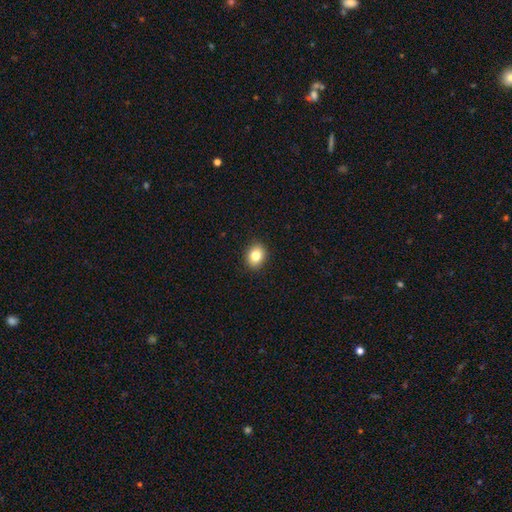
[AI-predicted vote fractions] smooth 82%, star or artifact 10%, featured or disk 8%. Down the decision tree: how rounded — round (58%); merging — none (91%).